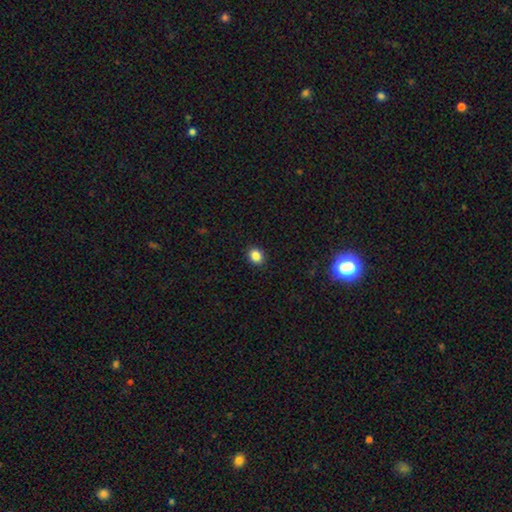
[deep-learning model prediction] A smooth galaxy with no disk features (85%) that is round (68%). Merging: none (92%).